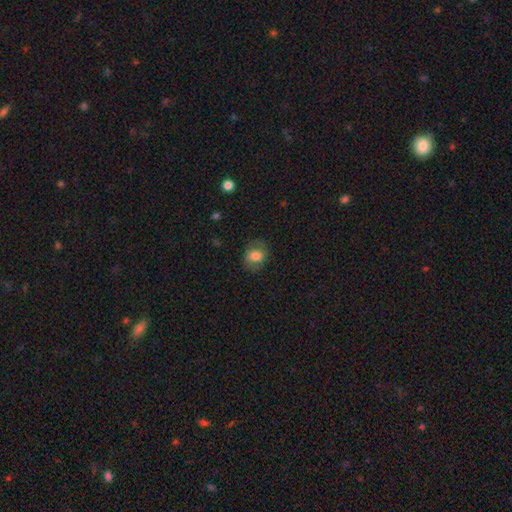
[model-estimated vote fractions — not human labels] A smooth galaxy with no disk features (71%) that is in between round and cigar-shaped (52%). Merging: none (76%).